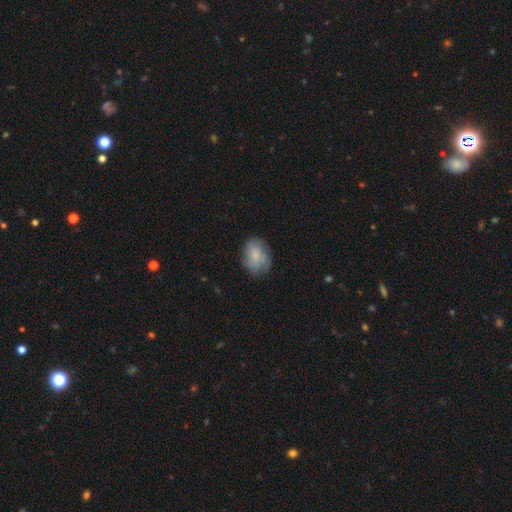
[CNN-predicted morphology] Smooth or featured?
  - smooth: 70% *
  - featured or disk: 22%
  - star or artifact: 8%
How rounded?
  - in between: 70% *
  - round: 29%
  - cigar-shaped: 1%
Merging?
  - none: 68% *
  - minor disturbance: 23%
  - major disturbance: 8%
  - merger: 1%